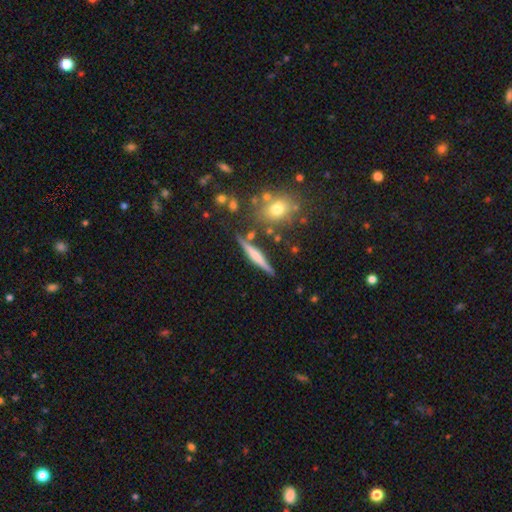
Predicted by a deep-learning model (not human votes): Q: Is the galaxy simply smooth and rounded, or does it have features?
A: featured or disk — 53%.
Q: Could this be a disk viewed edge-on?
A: yes — 95%.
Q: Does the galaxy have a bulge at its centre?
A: rounded — 43%.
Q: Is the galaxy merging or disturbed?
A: none — 81%.